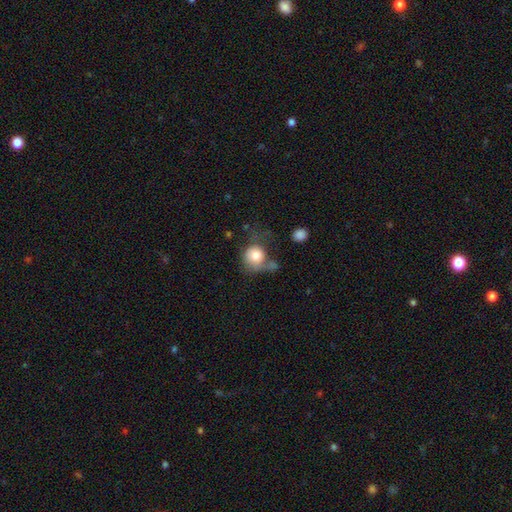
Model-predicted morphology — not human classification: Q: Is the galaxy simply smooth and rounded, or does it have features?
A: smooth — 77%.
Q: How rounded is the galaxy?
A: round — 80%.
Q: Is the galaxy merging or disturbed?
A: none — 34%.